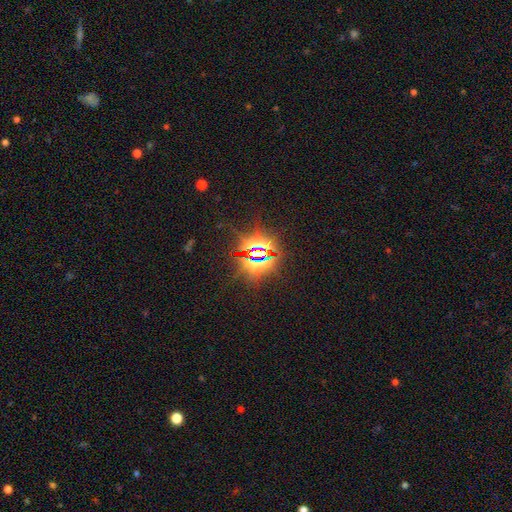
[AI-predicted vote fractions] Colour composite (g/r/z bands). It shows a star or artifact, not a galaxy (85%).